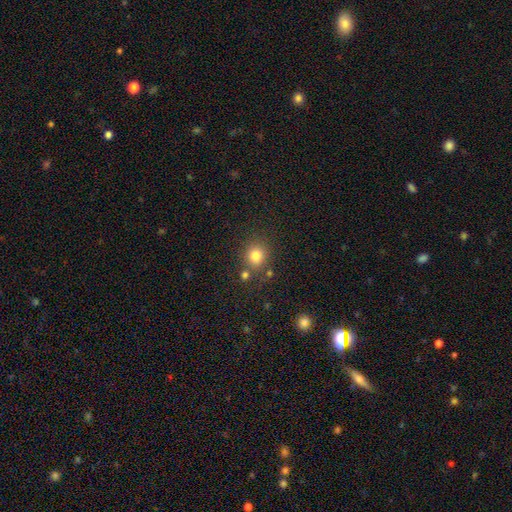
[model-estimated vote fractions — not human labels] smooth_or_featured: smooth (p=0.81) [alt: star or artifact p=0.13]
how_rounded: round (p=0.81) [alt: in between p=0.18]
merging: none (p=0.76) [alt: minor disturbance p=0.10]